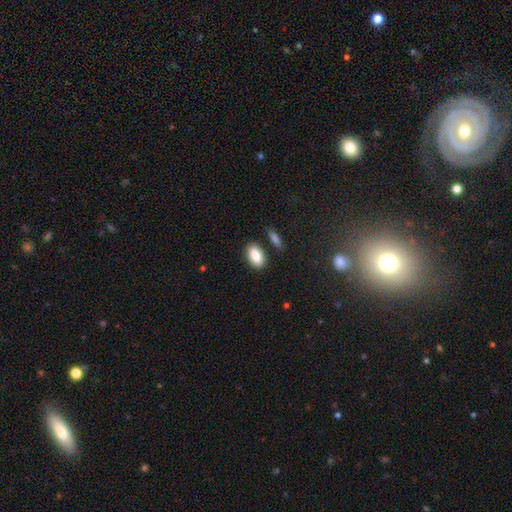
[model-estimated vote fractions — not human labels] smooth-or-featured: smooth: 87% | star or artifact: 7% | featured or disk: 6%
  how-rounded: in between: 91% | round: 6% | cigar-shaped: 3%
  merging: none: 80% | minor disturbance: 11% | merger: 6% | major disturbance: 3%